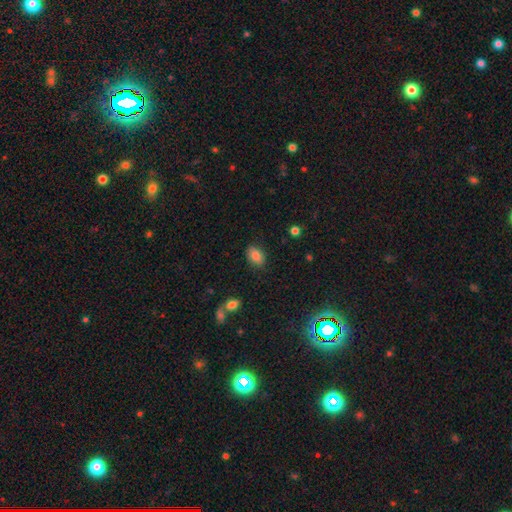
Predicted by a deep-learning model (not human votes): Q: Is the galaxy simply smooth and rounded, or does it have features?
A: smooth — 84%.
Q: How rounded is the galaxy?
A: in between — 84%.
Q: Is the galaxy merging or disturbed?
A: none — 85%.